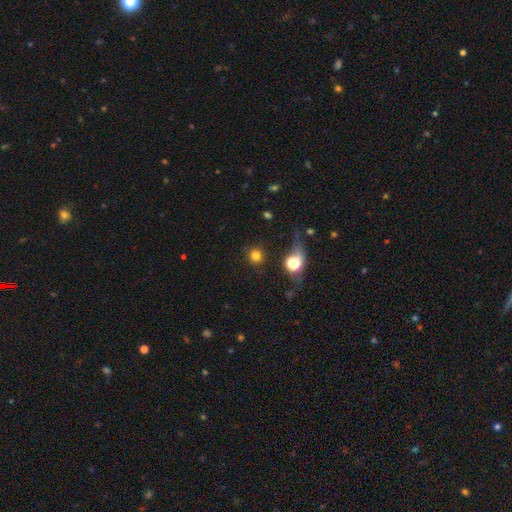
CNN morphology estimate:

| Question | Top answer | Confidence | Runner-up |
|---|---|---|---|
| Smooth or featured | smooth | 77% | star or artifact (16%) |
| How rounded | round | 92% | in between (7%) |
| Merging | none | 84% | minor disturbance (8%) |